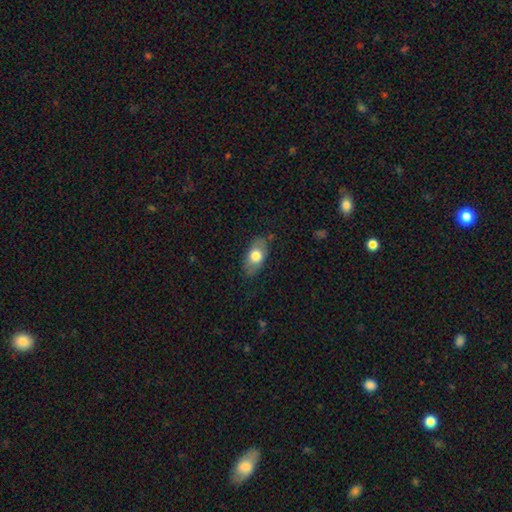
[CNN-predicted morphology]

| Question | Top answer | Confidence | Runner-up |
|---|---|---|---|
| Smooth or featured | smooth | 69% | featured or disk (25%) |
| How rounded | in between | 88% | round (7%) |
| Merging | none | 78% | minor disturbance (17%) |